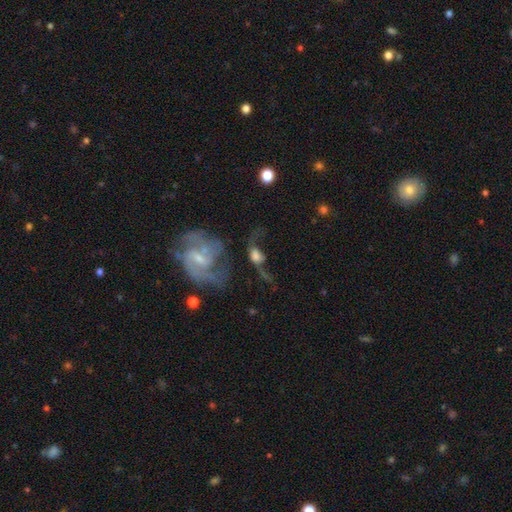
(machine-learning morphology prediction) Overall: featured or disk (59%; smooth 29%). Edge-on disk: no (91%). Bar: no (56%; weak 33%). Spiral arms: yes (72%). Bulge size: moderate (35%; small 29%). Merging: major disturbance (33%; none 28%).